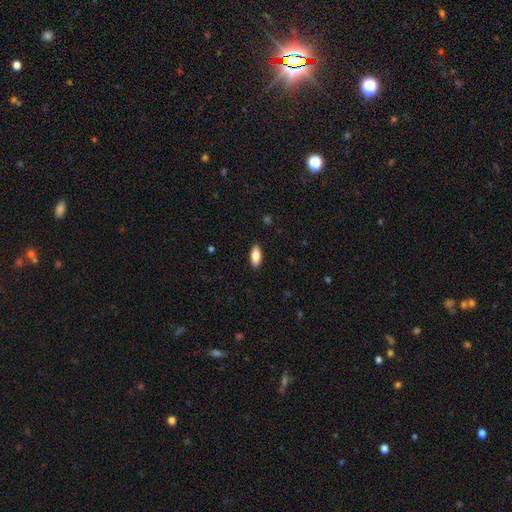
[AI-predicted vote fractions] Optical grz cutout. It shows a smooth galaxy with no disk features (85%) that is in between round and cigar-shaped (82%). Merging: none (90%).